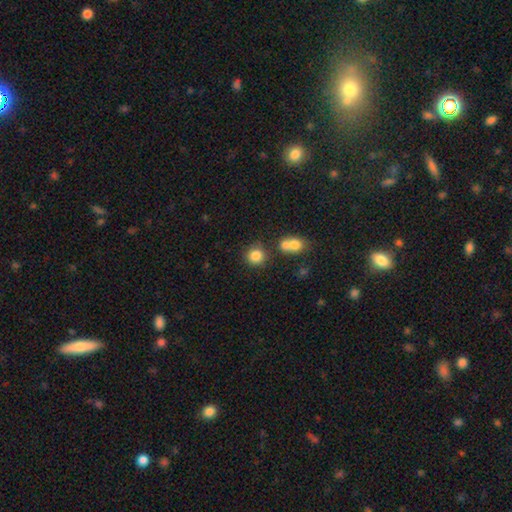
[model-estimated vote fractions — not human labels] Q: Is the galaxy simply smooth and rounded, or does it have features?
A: smooth — 83%.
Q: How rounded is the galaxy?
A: round — 90%.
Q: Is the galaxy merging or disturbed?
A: none — 73%.